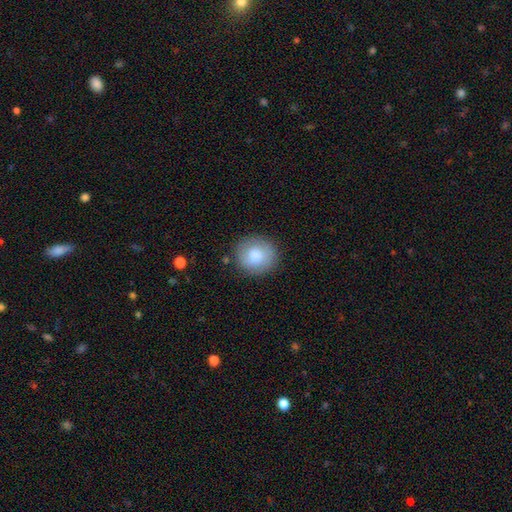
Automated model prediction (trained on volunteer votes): smooth_or_featured: smooth (p=0.81) [alt: featured or disk p=0.13]
how_rounded: round (p=0.91) [alt: in between p=0.09]
merging: none (p=0.84) [alt: minor disturbance p=0.11]